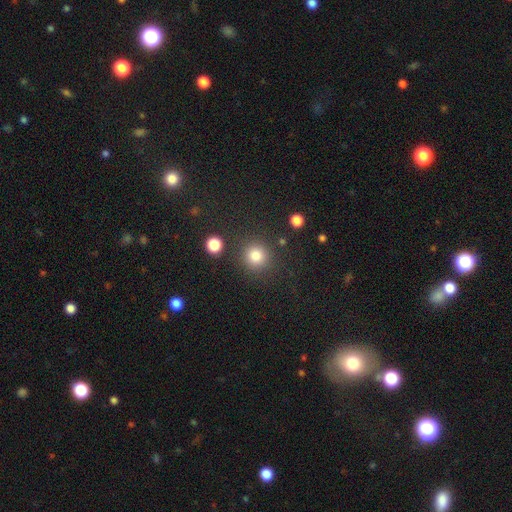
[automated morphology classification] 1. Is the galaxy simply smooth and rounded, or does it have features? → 83% smooth, 12% star or artifact, 5% featured or disk.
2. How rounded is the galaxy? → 93% round, 7% in between, 1% cigar-shaped.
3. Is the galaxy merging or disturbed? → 86% none, 7% minor disturbance, 4% merger, 3% major disturbance.